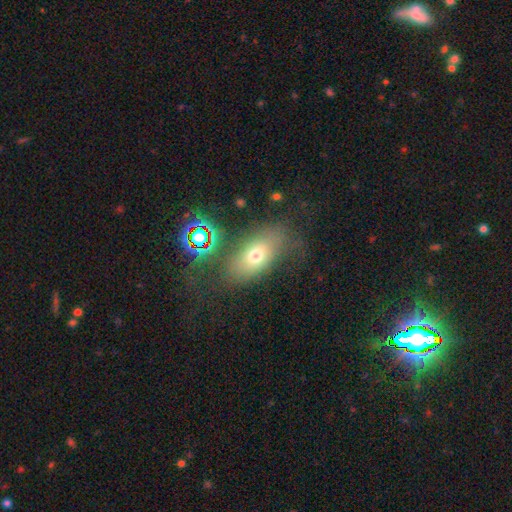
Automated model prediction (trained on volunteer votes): This appears to be a smooth galaxy with no disk features (65%) that is in between round and cigar-shaped (82%). Merging: none (63%).